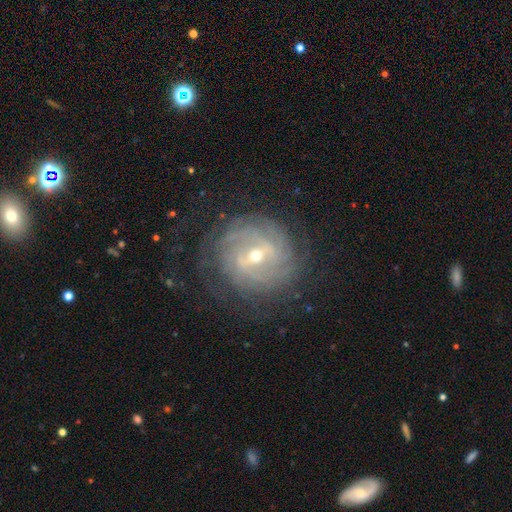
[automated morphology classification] smooth_or_featured: featured or disk (p=0.86) [alt: smooth p=0.08]
disk_edge_on: no (p=0.97) [alt: yes p=0.03]
bar: weak (p=0.51) [alt: strong p=0.31]
has_spiral_arms: yes (p=0.94) [alt: no p=0.06]
spiral_winding: tight (p=0.73) [alt: medium p=0.21]
spiral_arm_count: can't tell (p=0.40) [alt: 2 p=0.16]
bulge_size: small (p=0.57) [alt: moderate p=0.40]
merging: none (p=0.78) [alt: minor disturbance p=0.14]